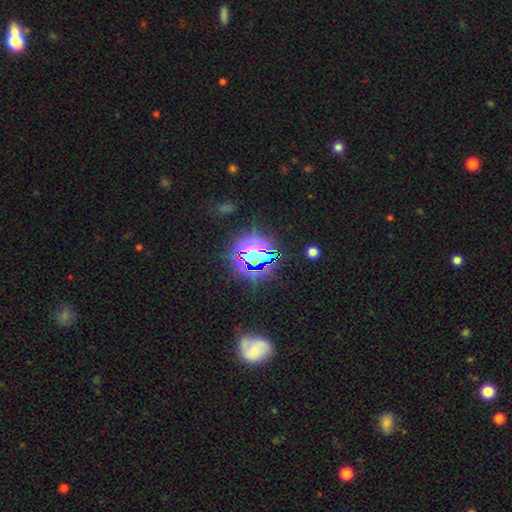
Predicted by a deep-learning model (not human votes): A star or artifact, not a galaxy (73%).